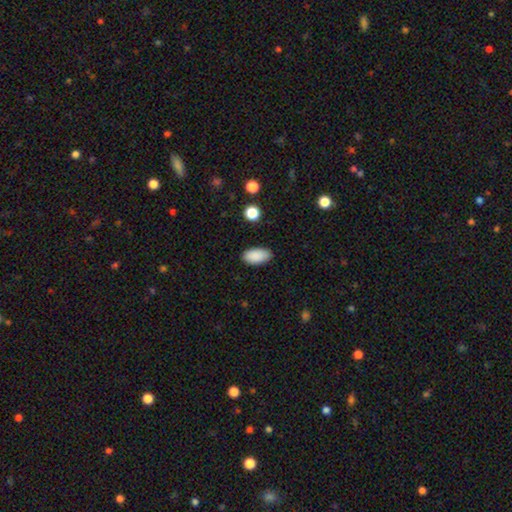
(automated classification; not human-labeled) A smooth galaxy with no disk features (89%) that is in between round and cigar-shaped (94%).

Vote fractions:
- Smooth or featured? smooth: 89% / star or artifact: 7% / featured or disk: 4%
- How rounded? in between: 94% / cigar-shaped: 3% / round: 3%
- Merging? none: 86% / minor disturbance: 10% / major disturbance: 2% / merger: 1%